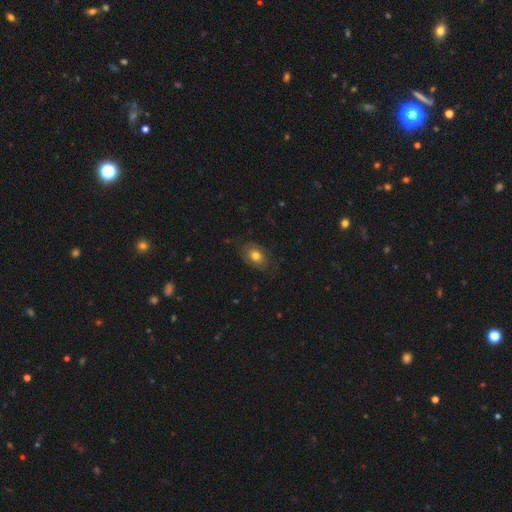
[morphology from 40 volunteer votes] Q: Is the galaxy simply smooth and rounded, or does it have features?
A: smooth — 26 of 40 (65%).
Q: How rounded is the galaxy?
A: in between — 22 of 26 (85%).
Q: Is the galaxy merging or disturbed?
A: none — 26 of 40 (65%).